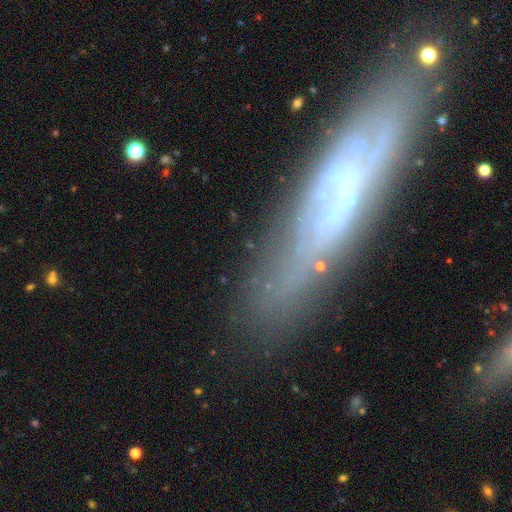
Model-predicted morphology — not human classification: Smooth or featured? Predicted: featured or disk (p=0.67). Edge-on disk? Predicted: no (p=0.50, tied with yes). Merging? Predicted: none (p=0.74).